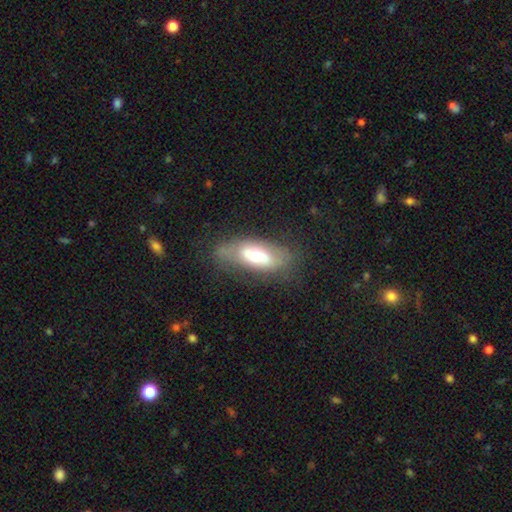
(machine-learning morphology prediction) type=featured or disk (52%); edge-on=no (80%); merging=none (59%).